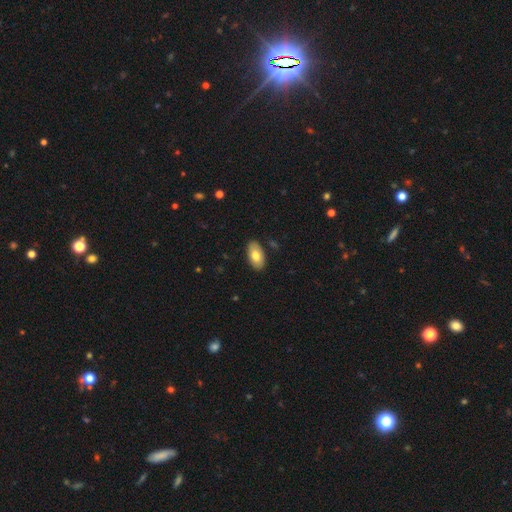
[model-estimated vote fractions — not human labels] Morphology: type=smooth (76%); roundness=in between (95%); merging=none (88%).